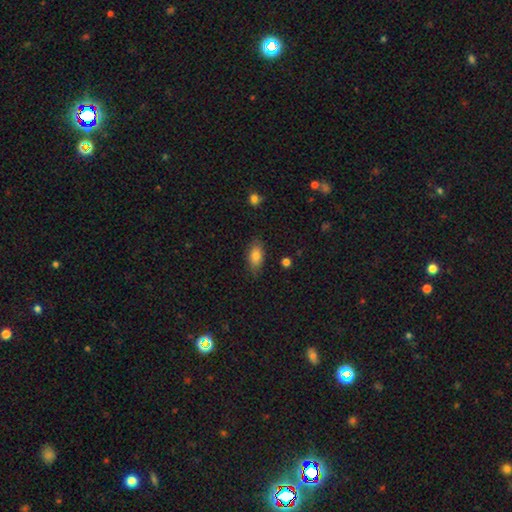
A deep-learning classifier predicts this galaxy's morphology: This appears to be a smooth galaxy with no disk features (81%) that is in between round and cigar-shaped (88%). Merging: none (78%).